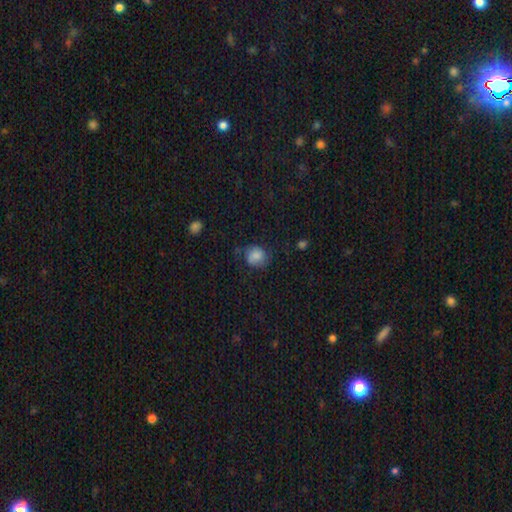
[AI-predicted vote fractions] This appears to be a smooth galaxy with no disk features (75%) that is round (65%). Merging: none (62%).